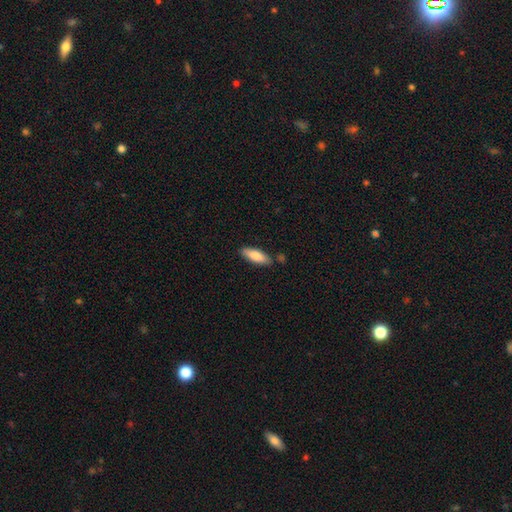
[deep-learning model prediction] smooth-or-featured: smooth: 82% | featured or disk: 13% | star or artifact: 6%
  how-rounded: in between: 62% | cigar-shaped: 37% | round: 2%
  merging: none: 80% | minor disturbance: 13% | merger: 5% | major disturbance: 2%